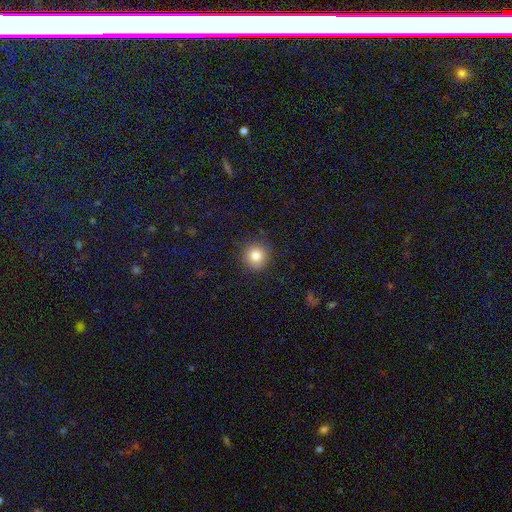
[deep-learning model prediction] Smooth or featured? smooth (83%)
How rounded? round (92%)
Merging? none (89%)